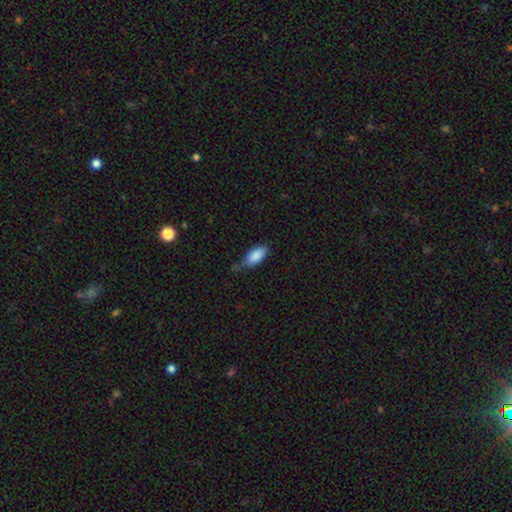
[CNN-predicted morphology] A smooth galaxy with no disk features (87%) that is in between round and cigar-shaped (88%). Merging: none (51%).